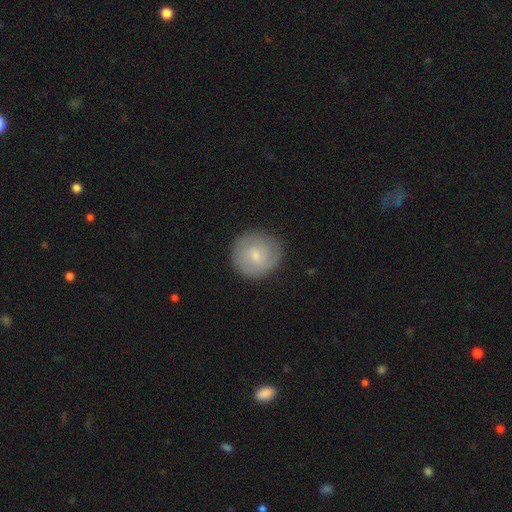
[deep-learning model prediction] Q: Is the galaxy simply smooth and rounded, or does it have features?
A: smooth — 50%.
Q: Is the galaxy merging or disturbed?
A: none — 86%.